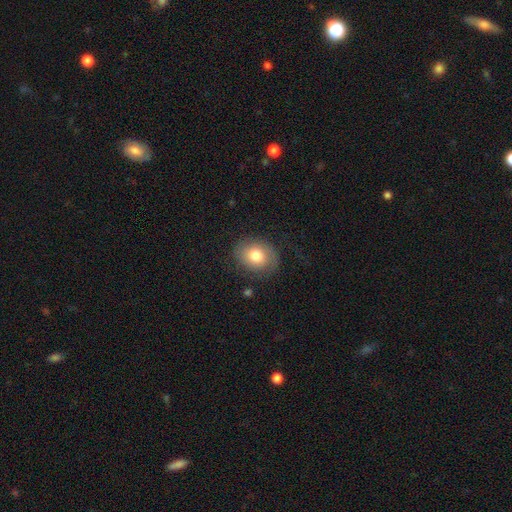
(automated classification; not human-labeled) Overall: smooth (71%). How rounded: round (54%; in between 45%). Merging: none (75%).